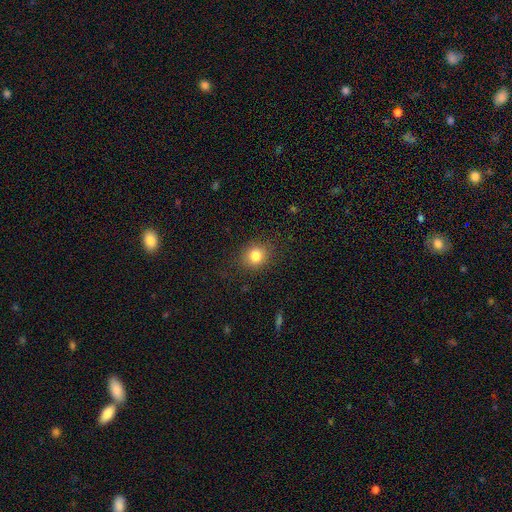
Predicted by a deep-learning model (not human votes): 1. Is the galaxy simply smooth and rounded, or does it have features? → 82% smooth, 11% star or artifact, 7% featured or disk.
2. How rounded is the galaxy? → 74% round, 25% in between, 1% cigar-shaped.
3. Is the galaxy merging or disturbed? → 86% none, 10% minor disturbance, 3% major disturbance, 1% merger.